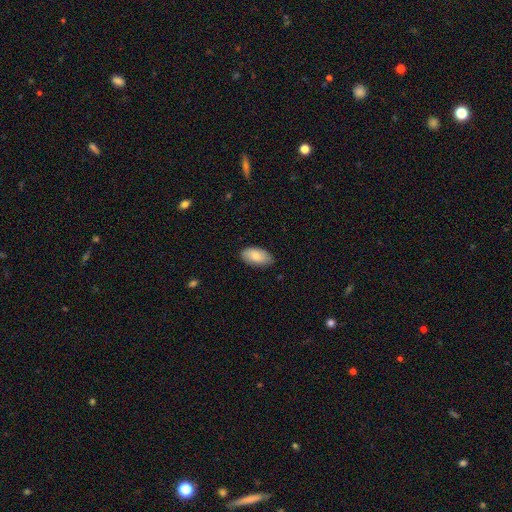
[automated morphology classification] Smooth or featured: smooth — 82% (featured or disk — 12%)
How rounded: in between — 95% (round — 3%)
Merging: none — 80% (minor disturbance — 17%)